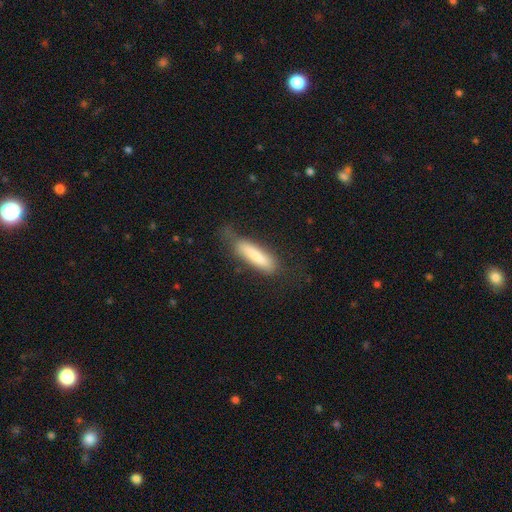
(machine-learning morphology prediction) The model was most divided on "merging": none: 63%, minor disturbance: 25%, major disturbance: 10%, merger: 2%. More confident: smooth or featured — smooth (79%); how rounded — cigar-shaped (74%).